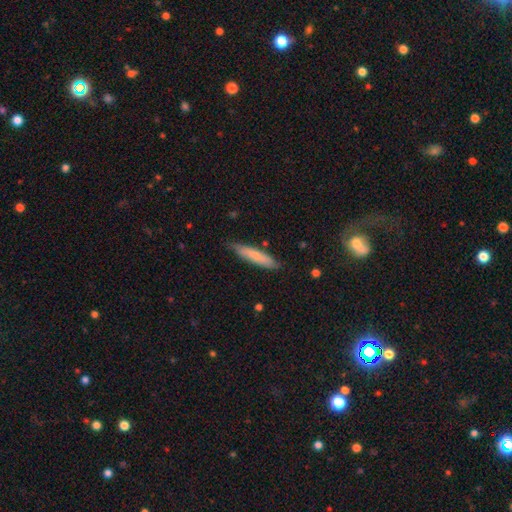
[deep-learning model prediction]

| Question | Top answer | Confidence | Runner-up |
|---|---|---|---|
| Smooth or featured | smooth | 71% | featured or disk (24%) |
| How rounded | cigar-shaped | 86% | in between (13%) |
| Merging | none | 81% | minor disturbance (15%) |